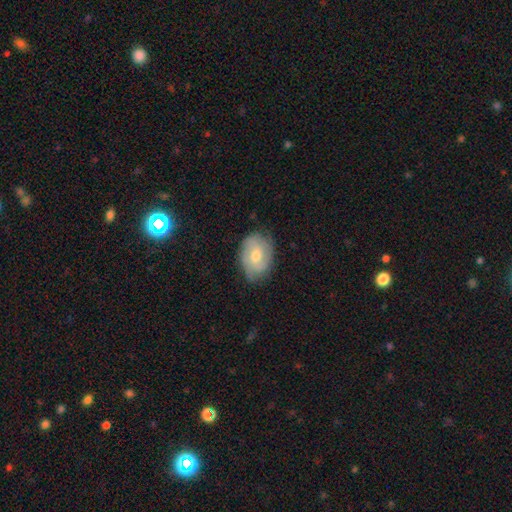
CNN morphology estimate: Smooth or featured?
  - featured or disk: 59% *
  - smooth: 34%
  - star or artifact: 8%
Edge-on disk?
  - no: 96% *
  - yes: 4%
Bar?
  - no: 59% *
  - weak: 35%
  - strong: 6%
Spiral arms?
  - yes: 83% *
  - no: 17%
Bulge size?
  - moderate: 61% *
  - small: 34%
  - large: 2%
  - none: 1%
  - dominant: 1%
Merging?
  - none: 76% *
  - minor disturbance: 19%
  - major disturbance: 4%
  - merger: 1%